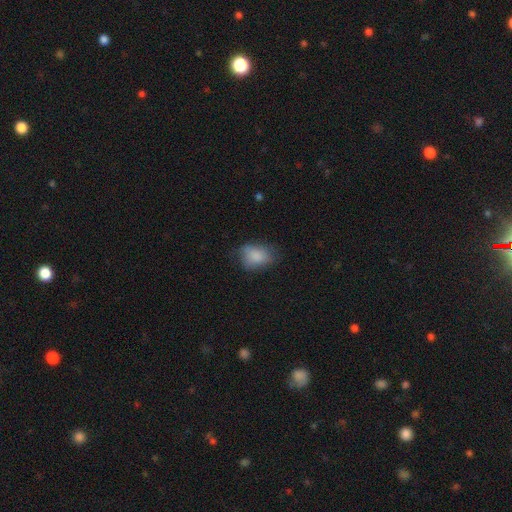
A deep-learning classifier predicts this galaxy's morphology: This appears to be a smooth galaxy with no disk features (82%) that is in between round and cigar-shaped (75%). Merging: none (54%).